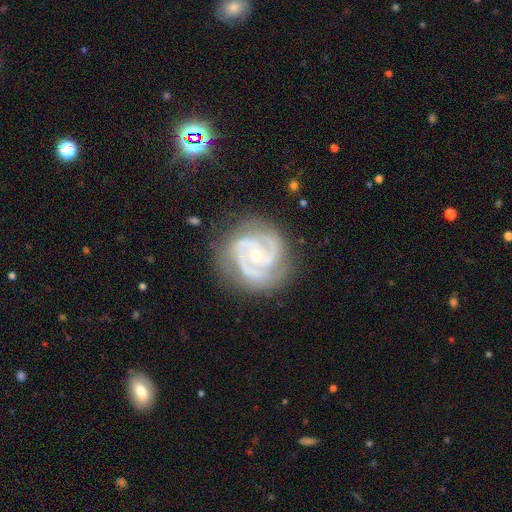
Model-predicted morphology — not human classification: A featured or disk galaxy (90%) with no bar (64%), 3 (44%) tight (62%) spiral arms (98%) and a small central bulge (65%).

Vote fractions:
- Smooth or featured? featured or disk: 90% / smooth: 5% / star or artifact: 5%
- Edge-on disk? no: 98% / yes: 2%
- Bar? no: 64% / weak: 27% / strong: 9%
- Spiral arms? yes: 98% / no: 2%
- Spiral winding? tight: 62% / medium: 33% / loose: 4%
- Spiral arm count? 3: 44% / 2: 36% / can't tell: 8% / 4: 5% / 1: 3% / more than 4: 3%
- Bulge size? small: 65% / moderate: 31% / none: 1% / large: 1% / dominant: 1%
- Merging? none: 77% / minor disturbance: 16% / major disturbance: 6% / merger: 1%